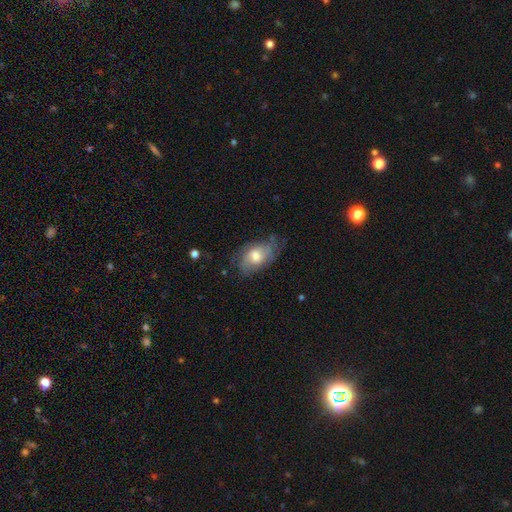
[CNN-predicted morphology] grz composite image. It shows a smooth galaxy with no disk features (48%). Merging: none (55%).